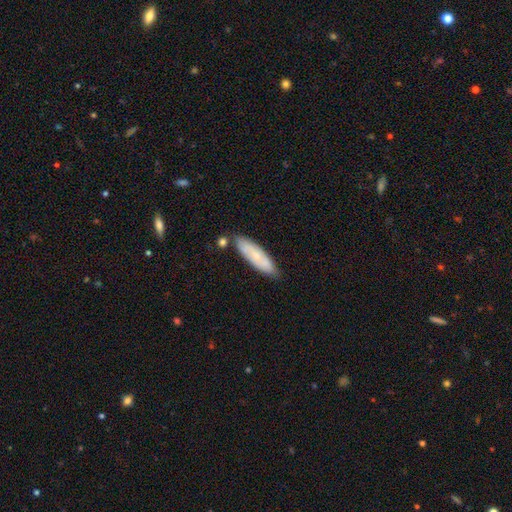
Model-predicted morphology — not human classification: Smooth or featured? smooth (62%)
How rounded? cigar-shaped (58%)
Merging? none (75%)